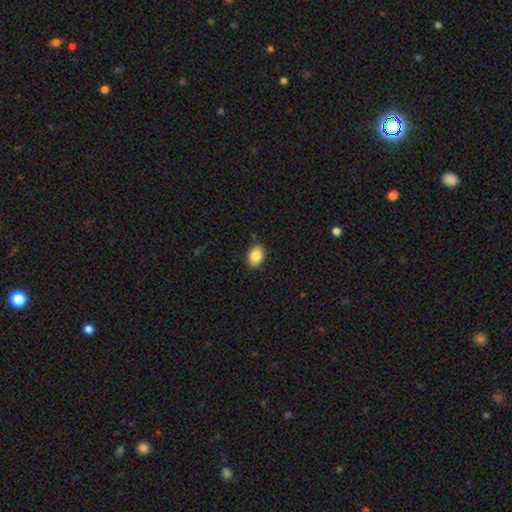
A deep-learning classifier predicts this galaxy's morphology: smooth 86%, star or artifact 8%, featured or disk 6%. Down the decision tree: how rounded — in between (76%); merging — none (88%).